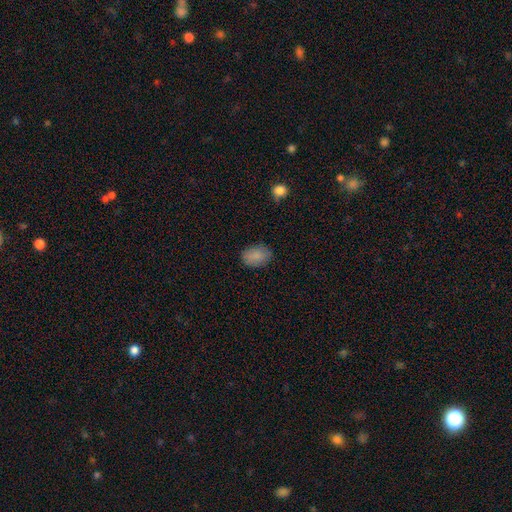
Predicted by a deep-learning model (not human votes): smooth_or_featured: smooth (p=0.87) [alt: star or artifact p=0.08]
how_rounded: in between (p=0.81) [alt: round p=0.18]
merging: none (p=0.83) [alt: minor disturbance p=0.13]